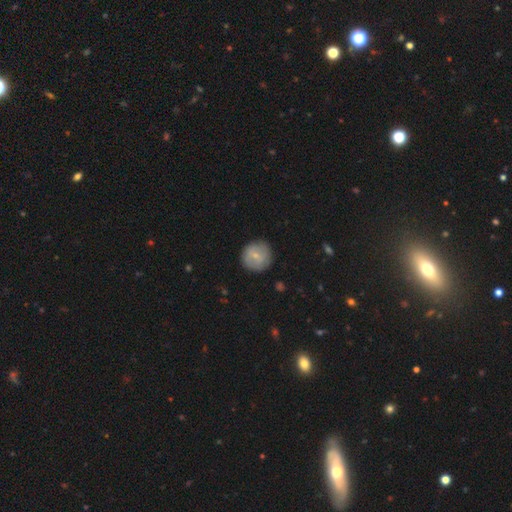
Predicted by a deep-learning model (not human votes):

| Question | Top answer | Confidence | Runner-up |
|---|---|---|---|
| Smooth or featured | smooth | 68% | featured or disk (26%) |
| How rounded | round | 94% | in between (5%) |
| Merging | none | 85% | minor disturbance (11%) |